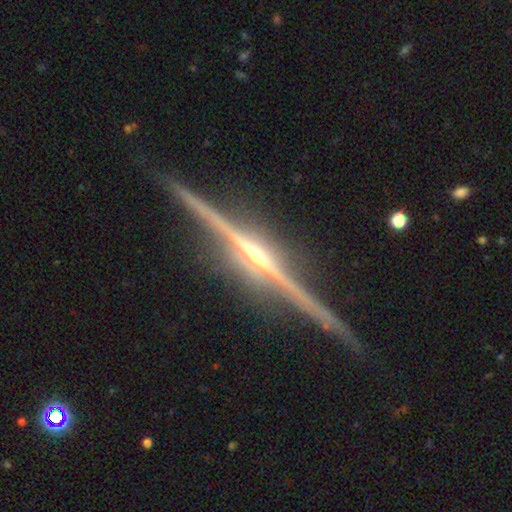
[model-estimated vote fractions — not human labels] A featured or disk galaxy (91%) viewed edge-on (98%) with a rounded central bulge (76%). Merging: none (86%).